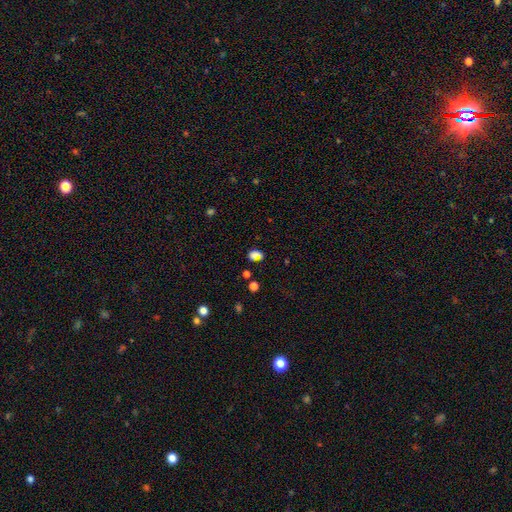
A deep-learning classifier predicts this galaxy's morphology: Q: Smooth or featured?
A: smooth (68%); runner-up: star or artifact (22%)
Q: How rounded?
A: in between (57%); runner-up: round (41%)
Q: Merging?
A: none (62%); runner-up: minor disturbance (19%)